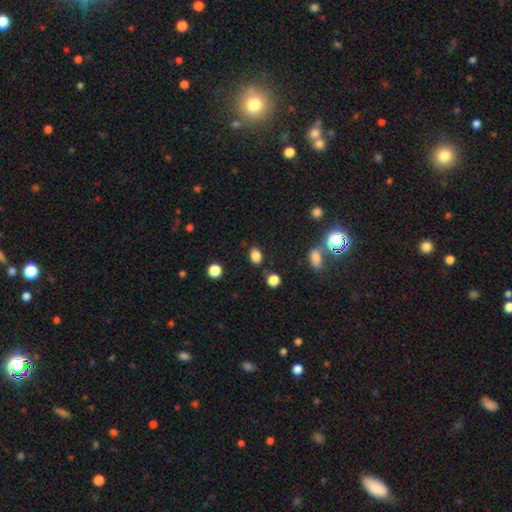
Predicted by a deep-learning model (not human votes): Smooth or featured?
  - smooth: 84% *
  - star or artifact: 11%
  - featured or disk: 5%
How rounded?
  - in between: 79% *
  - round: 20%
  - cigar-shaped: 2%
Merging?
  - none: 80% *
  - minor disturbance: 13%
  - merger: 4%
  - major disturbance: 3%